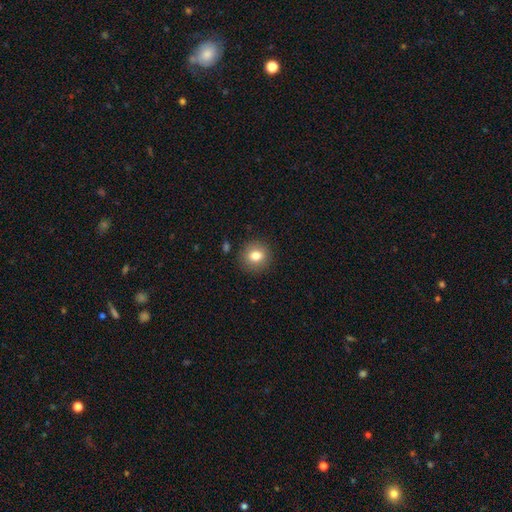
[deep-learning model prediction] The model was most divided on "smooth or featured": smooth: 80%, featured or disk: 10%, star or artifact: 10%. More confident: merging — none (89%); how rounded — round (88%).